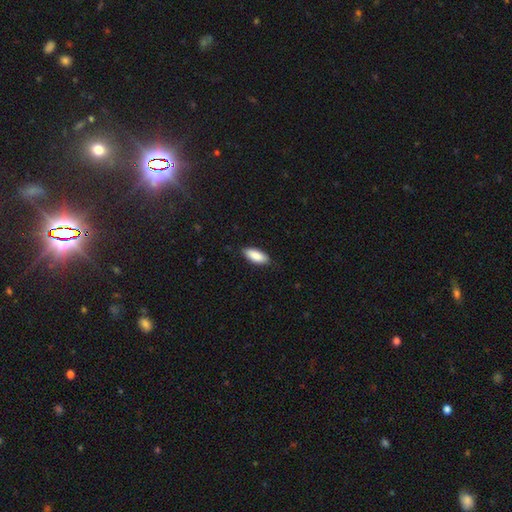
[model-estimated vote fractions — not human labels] Q: Smooth or featured?
A: smooth (87%); runner-up: featured or disk (7%)
Q: How rounded?
A: in between (80%); runner-up: cigar-shaped (18%)
Q: Merging?
A: none (83%); runner-up: minor disturbance (13%)